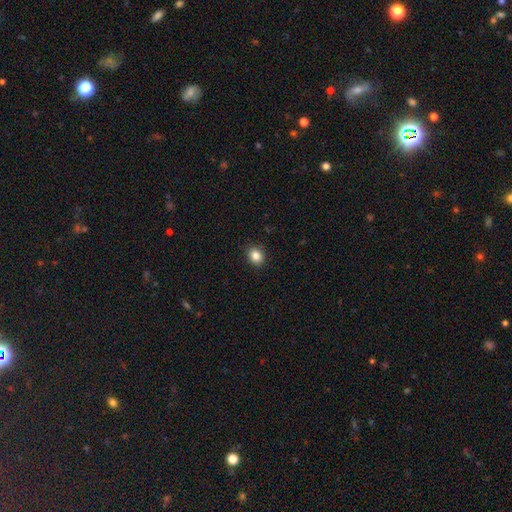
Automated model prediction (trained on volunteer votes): Smooth or featured? smooth (84%)
How rounded? round (60%)
Merging? none (90%)